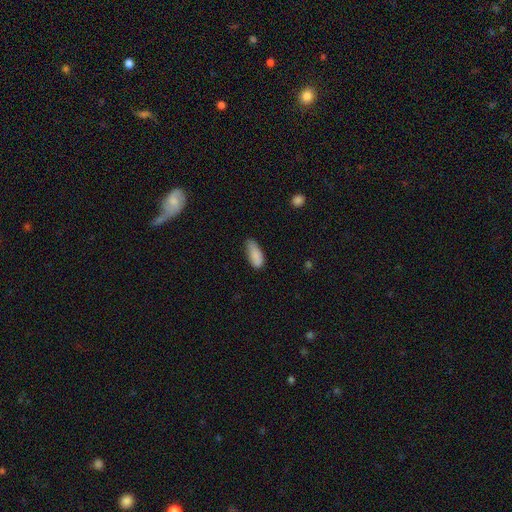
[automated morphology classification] Smooth or featured? smooth (88%)
How rounded? in between (80%)
Merging? none (59%)